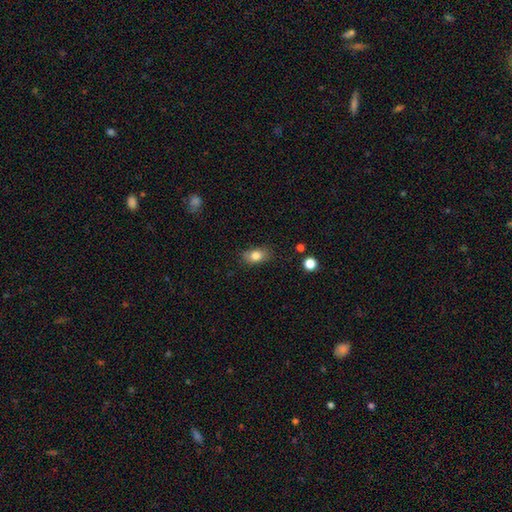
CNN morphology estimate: A smooth galaxy with no disk features (82%) that is in between round and cigar-shaped (81%). Merging: none (79%).